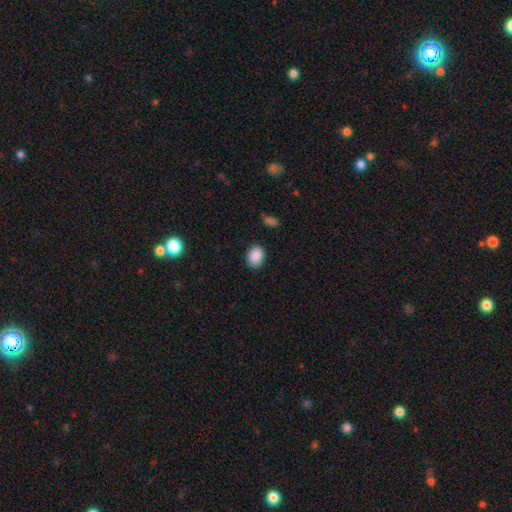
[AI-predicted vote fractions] smooth_or_featured: smooth (p=0.88) [alt: star or artifact p=0.08]
how_rounded: in between (p=0.56) [alt: round p=0.43]
merging: none (p=0.85) [alt: minor disturbance p=0.11]